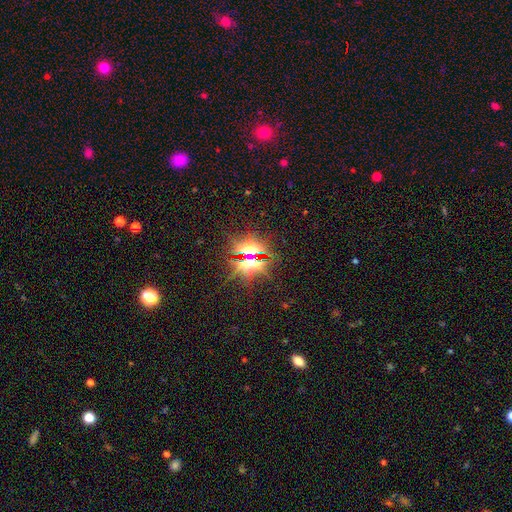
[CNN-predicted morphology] Smooth or featured? star or artifact (81%)